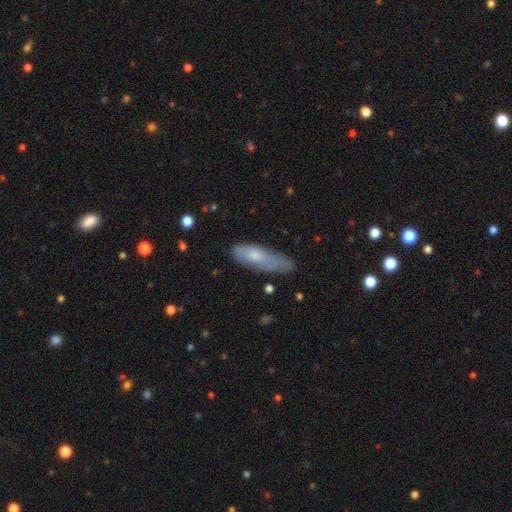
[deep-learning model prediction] Smooth or featured?
  - smooth: 64% *
  - featured or disk: 29%
  - star or artifact: 7%
How rounded?
  - cigar-shaped: 50% *
  - in between: 48%
  - round: 2%
Merging?
  - none: 48% *
  - minor disturbance: 34%
  - major disturbance: 14%
  - merger: 3%